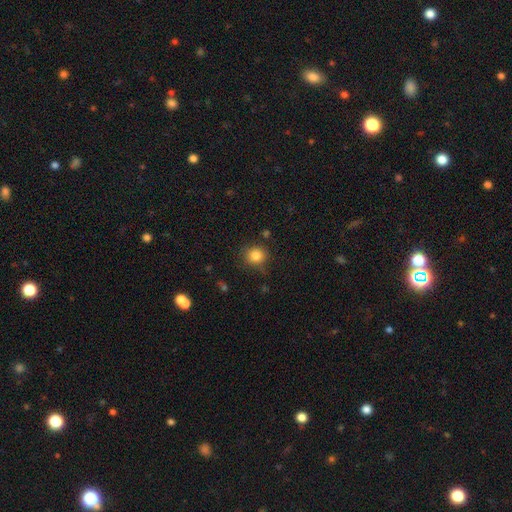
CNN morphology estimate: Overall: smooth (84%). How rounded: round (86%). Merging: none (79%).